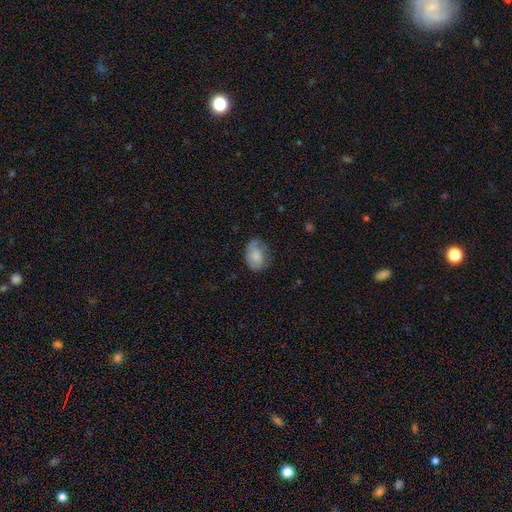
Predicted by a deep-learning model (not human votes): smooth_or_featured: smooth (p=0.75) [alt: featured or disk p=0.17]
how_rounded: in between (p=0.67) [alt: round p=0.32]
merging: none (p=0.56) [alt: minor disturbance p=0.31]